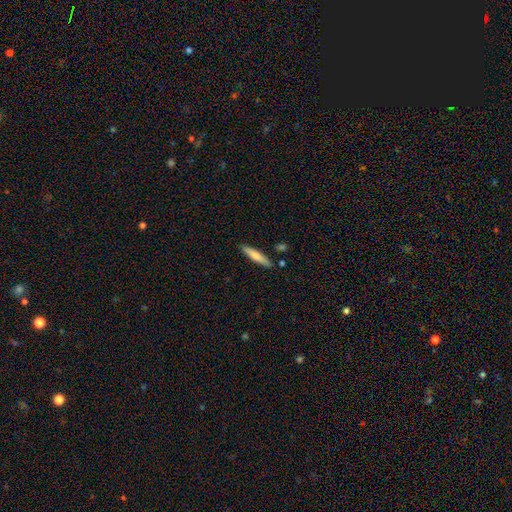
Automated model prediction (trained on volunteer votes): Overall: smooth (72%). How rounded: cigar-shaped (85%). Merging: none (86%).